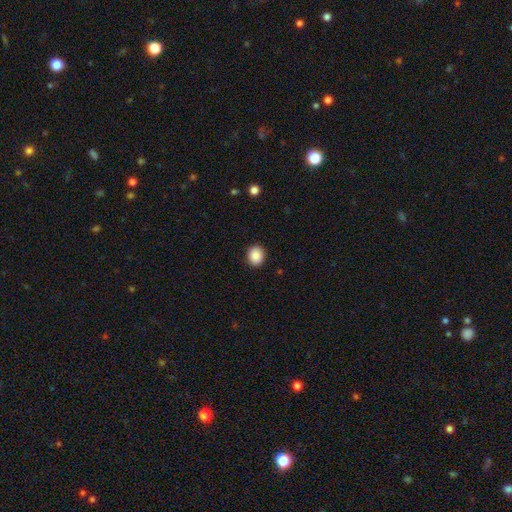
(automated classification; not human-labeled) Q: Smooth or featured?
A: smooth (88%); runner-up: star or artifact (9%)
Q: How rounded?
A: round (68%); runner-up: in between (31%)
Q: Merging?
A: none (92%); runner-up: minor disturbance (6%)